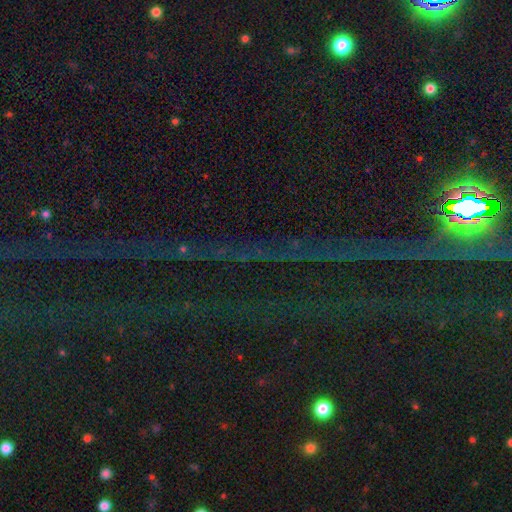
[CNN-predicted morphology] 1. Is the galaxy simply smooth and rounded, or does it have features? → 83% star or artifact, 9% featured or disk, 7% smooth.